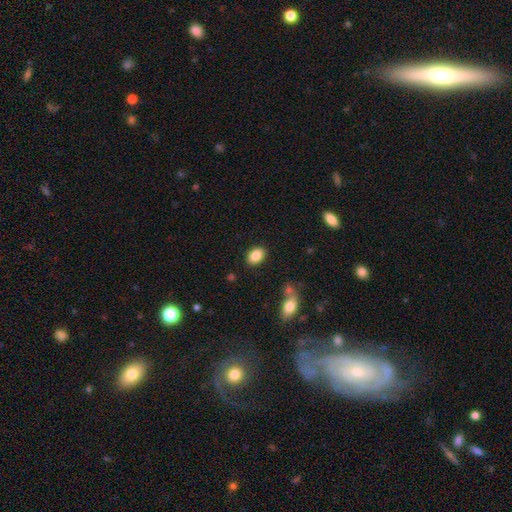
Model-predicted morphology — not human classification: smooth 87%, star or artifact 8%, featured or disk 5%. Down the decision tree: how rounded — in between (82%); merging — none (86%).